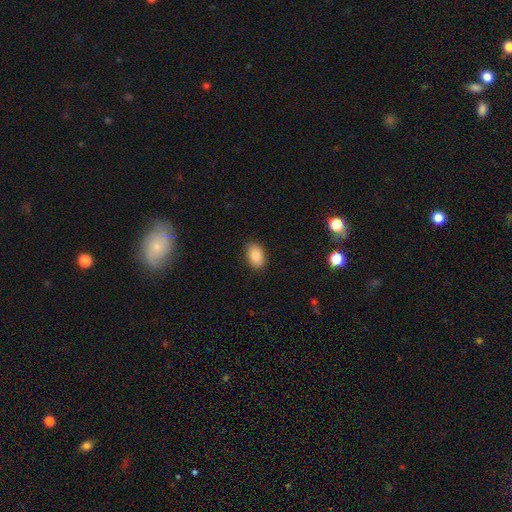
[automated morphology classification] The model was most divided on "merging": none: 85%, minor disturbance: 12%, major disturbance: 3%, merger: 1%. More confident: how rounded — in between (89%); smooth or featured — smooth (88%).